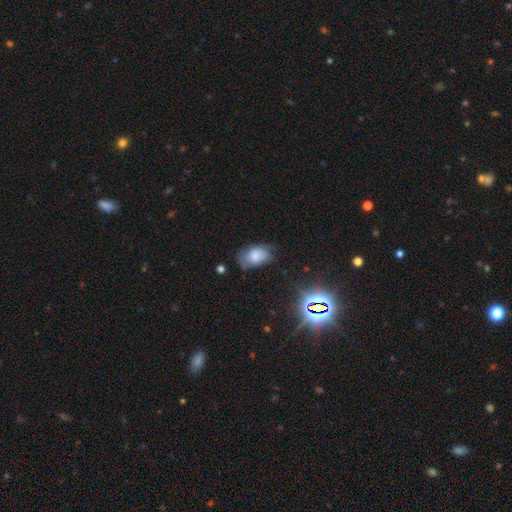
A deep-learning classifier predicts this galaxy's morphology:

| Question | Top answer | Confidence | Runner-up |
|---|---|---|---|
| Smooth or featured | smooth | 75% | featured or disk (14%) |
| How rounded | in between | 86% | round (12%) |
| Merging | none | 57% | minor disturbance (31%) |